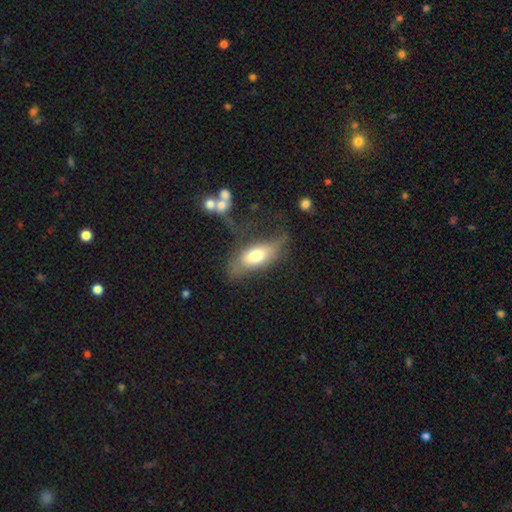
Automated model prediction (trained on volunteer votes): The model was most divided on "merging": none: 39%, minor disturbance: 26%, major disturbance: 26%, merger: 8%. More confident: how rounded — in between (81%); smooth or featured — smooth (63%).